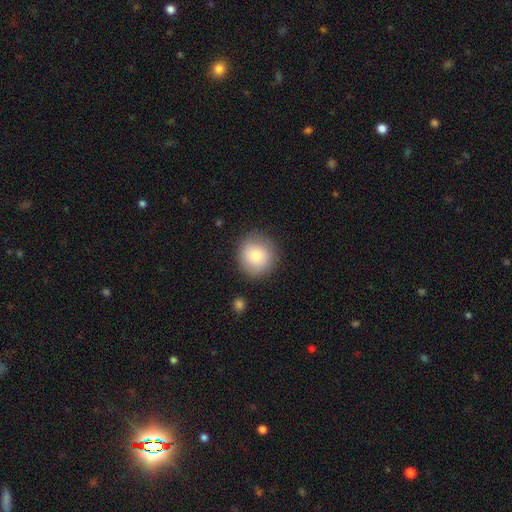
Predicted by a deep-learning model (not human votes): Smooth or featured? smooth (78%)
How rounded? round (92%)
Merging? none (86%)